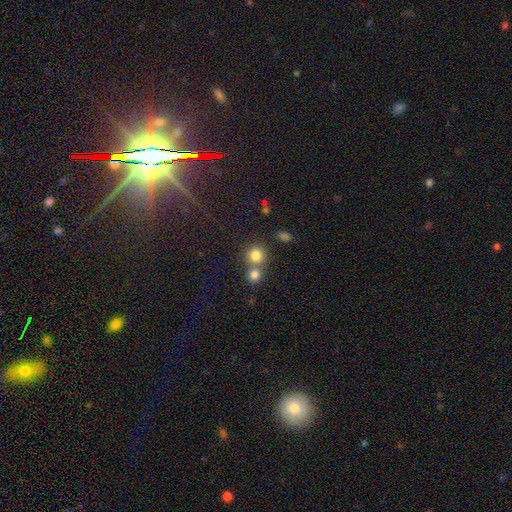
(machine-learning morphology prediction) Overall: smooth (80%). How rounded: round (88%). Merging: none (53%; merger 39%).